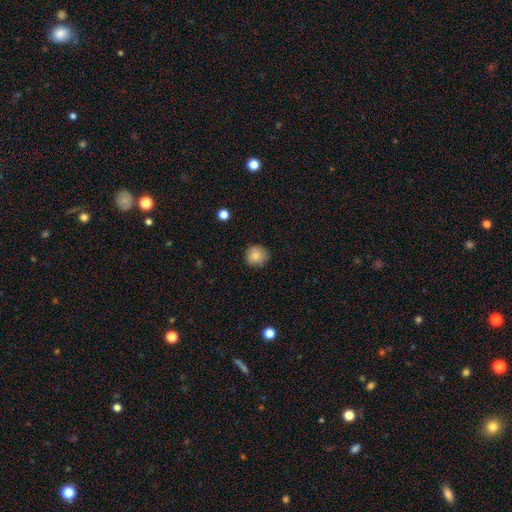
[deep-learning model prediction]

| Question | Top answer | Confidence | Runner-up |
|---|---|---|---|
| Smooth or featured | smooth | 84% | star or artifact (9%) |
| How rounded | round | 91% | in between (8%) |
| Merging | none | 85% | minor disturbance (12%) |